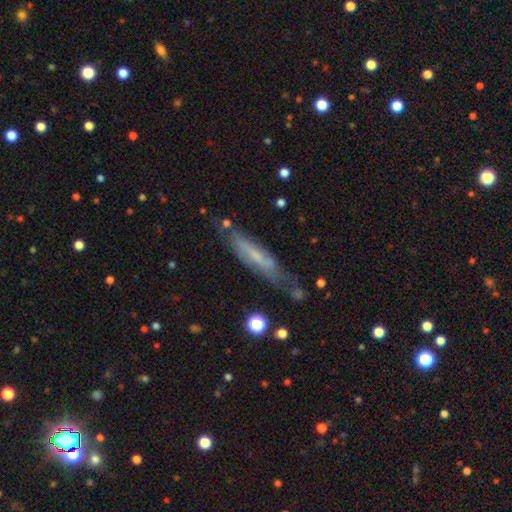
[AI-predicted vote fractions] Smooth or featured?
  - featured or disk: 52% *
  - smooth: 40%
  - star or artifact: 8%
Edge-on disk?
  - yes: 58% *
  - no: 42%
Merging?
  - none: 58% *
  - minor disturbance: 26%
  - major disturbance: 10%
  - merger: 6%